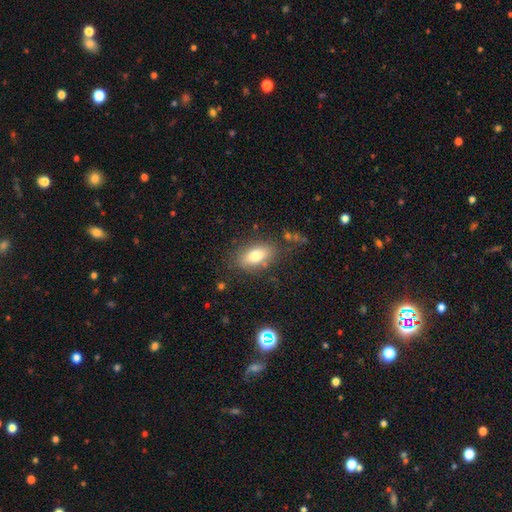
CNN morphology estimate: Q: Smooth or featured?
A: smooth (78%); runner-up: featured or disk (13%)
Q: How rounded?
A: in between (87%); runner-up: round (7%)
Q: Merging?
A: none (80%); runner-up: minor disturbance (13%)